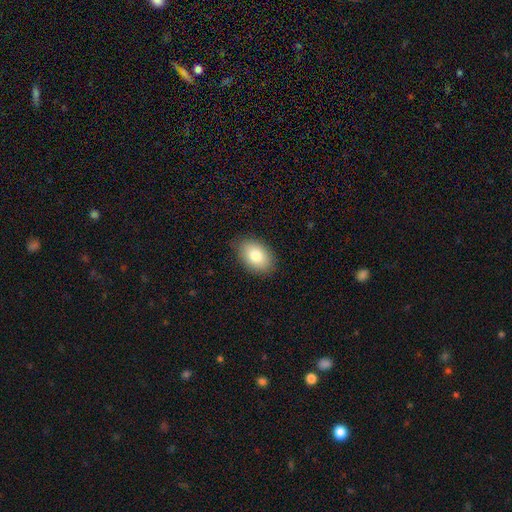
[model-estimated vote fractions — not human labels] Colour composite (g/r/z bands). It shows a smooth galaxy with no disk features (81%) that is in between round and cigar-shaped (87%). Merging: none (85%).